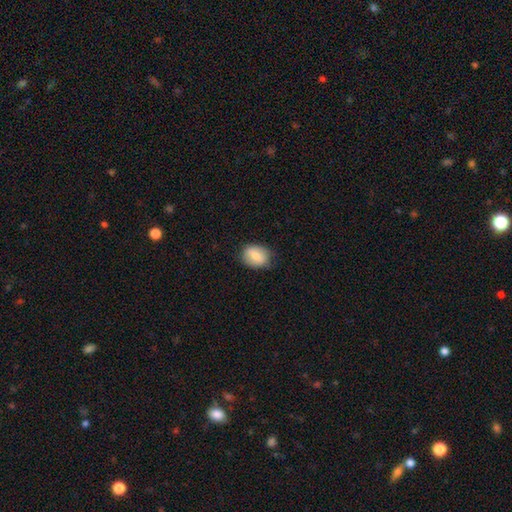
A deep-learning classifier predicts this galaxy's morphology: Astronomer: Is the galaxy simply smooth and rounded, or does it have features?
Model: smooth — 78%.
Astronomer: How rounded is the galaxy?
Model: in between — 56% (runner-up: round, 43%).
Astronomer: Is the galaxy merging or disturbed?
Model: none — 76%.